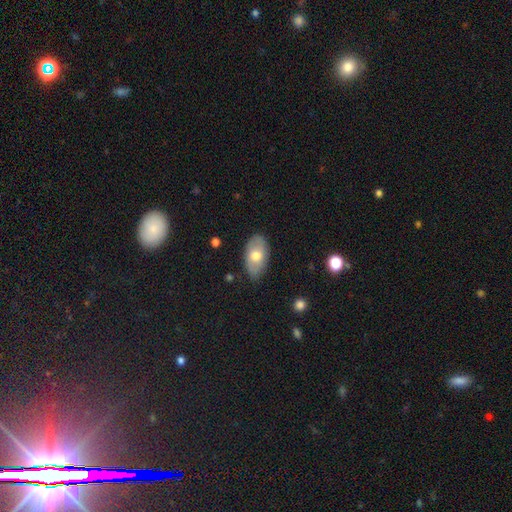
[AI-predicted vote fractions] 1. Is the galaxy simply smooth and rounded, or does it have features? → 65% smooth, 28% featured or disk, 6% star or artifact.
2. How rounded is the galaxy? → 93% in between, 5% round, 2% cigar-shaped.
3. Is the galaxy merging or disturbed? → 79% none, 17% minor disturbance, 3% major disturbance, 1% merger.